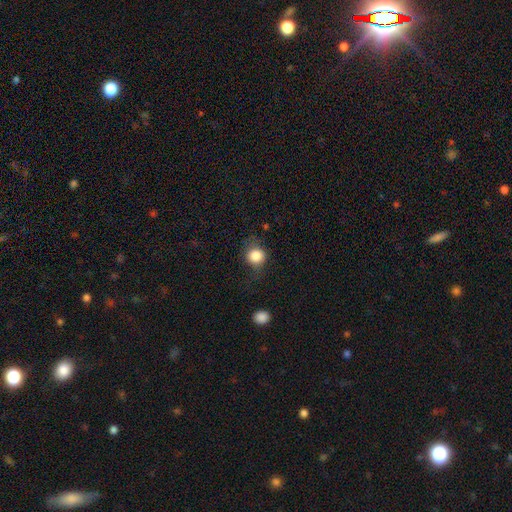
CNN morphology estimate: Smooth or featured? smooth (83%)
How rounded? round (85%)
Merging? none (66%)